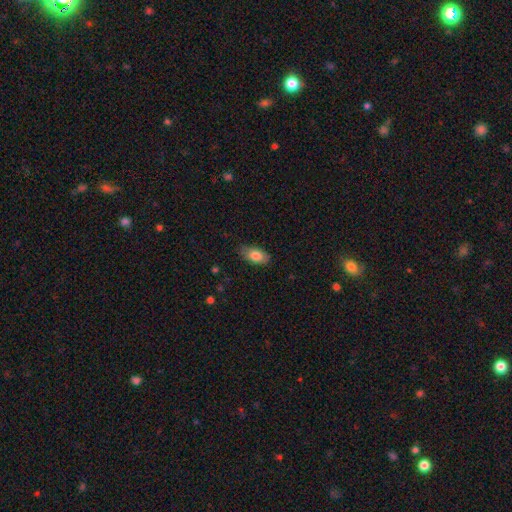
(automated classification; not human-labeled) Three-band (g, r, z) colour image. It shows a smooth galaxy with no disk features (81%) that is in between round and cigar-shaped (90%). Merging: none (77%).